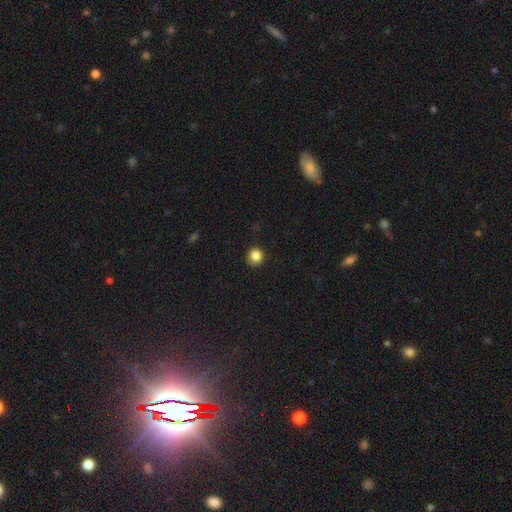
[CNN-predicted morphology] smooth-or-featured: smooth: 85% | star or artifact: 11% | featured or disk: 4%
  how-rounded: round: 91% | in between: 8% | cigar-shaped: 1%
  merging: none: 88% | minor disturbance: 9% | major disturbance: 2% | merger: 1%